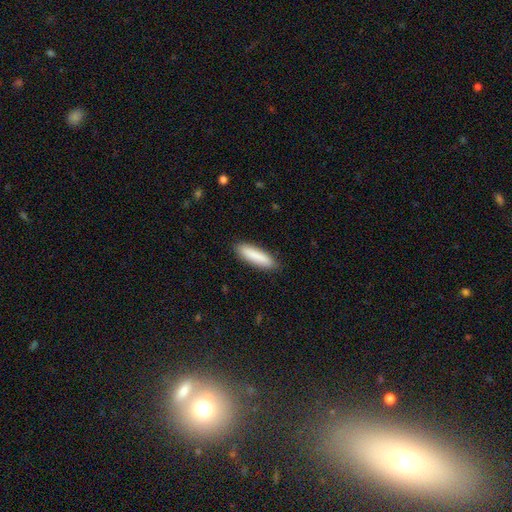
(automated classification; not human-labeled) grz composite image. It shows a smooth galaxy with no disk features (86%) that is cigar-shaped (73%). Merging: none (88%).